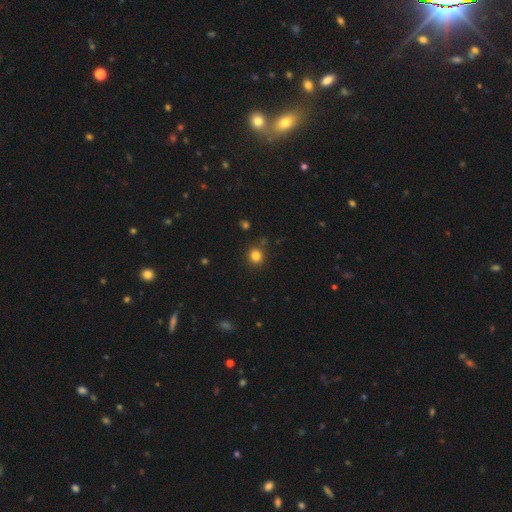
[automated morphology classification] This appears to be a smooth galaxy with no disk features (82%) that is round (91%). Merging: none (88%).